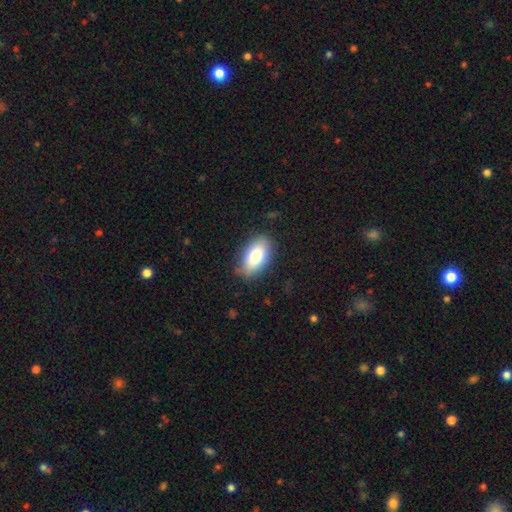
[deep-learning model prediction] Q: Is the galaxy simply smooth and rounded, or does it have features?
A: smooth — 81%.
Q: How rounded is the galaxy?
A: in between — 93%.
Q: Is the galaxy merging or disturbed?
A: none — 82%.